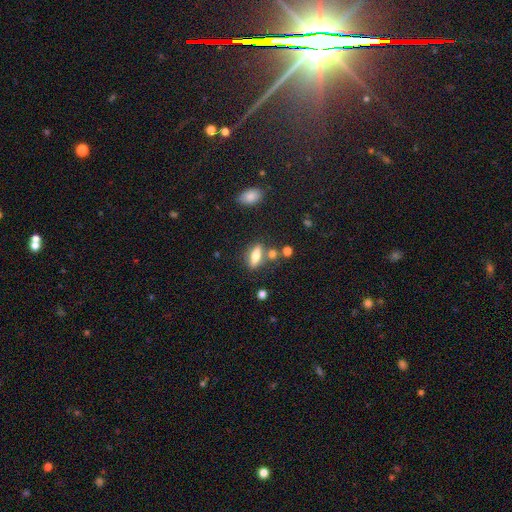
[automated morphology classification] Smooth or featured?
  - smooth: 57% *
  - featured or disk: 34%
  - star or artifact: 9%
How rounded?
  - in between: 55% *
  - cigar-shaped: 40%
  - round: 6%
Merging?
  - none: 72% *
  - minor disturbance: 12%
  - merger: 11%
  - major disturbance: 4%